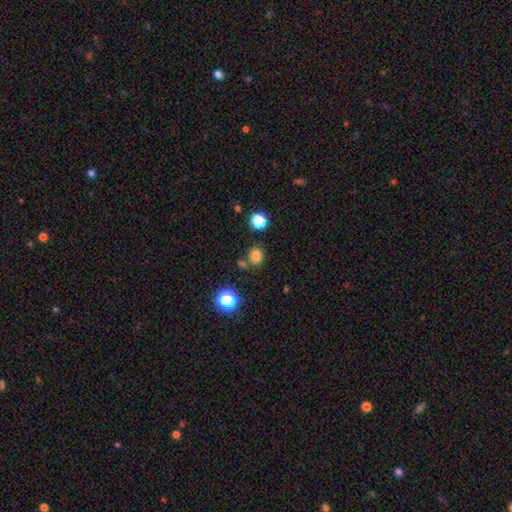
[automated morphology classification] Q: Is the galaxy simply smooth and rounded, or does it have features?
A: smooth — 79%.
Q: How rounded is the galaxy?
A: round — 67%.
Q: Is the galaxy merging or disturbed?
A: none — 70%.